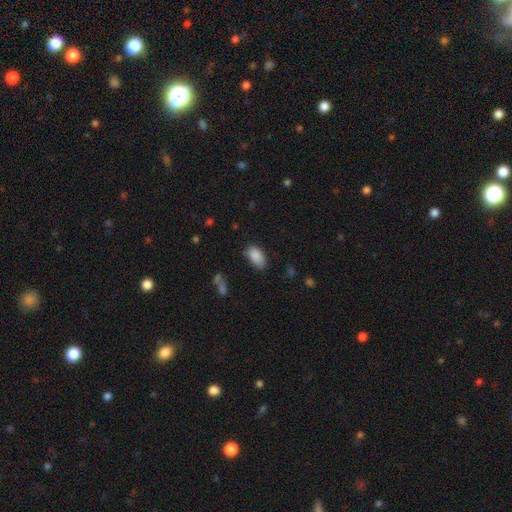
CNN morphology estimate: smooth 87%, star or artifact 8%, featured or disk 5%. Down the decision tree: how rounded — in between (92%); merging — none (64%).